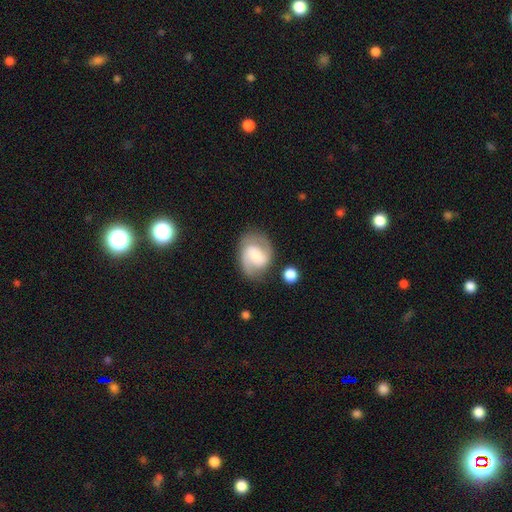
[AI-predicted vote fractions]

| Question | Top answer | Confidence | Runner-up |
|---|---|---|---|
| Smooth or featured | featured or disk | 69% | smooth (25%) |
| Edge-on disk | no | 97% | yes (3%) |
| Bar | weak | 47% | no (35%) |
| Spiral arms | yes | 92% | no (8%) |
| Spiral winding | medium | 51% | loose (25%) |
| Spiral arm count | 2 | 86% | can't tell (6%) |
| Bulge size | small | 42% | moderate (38%) |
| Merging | none | 72% | minor disturbance (17%) |